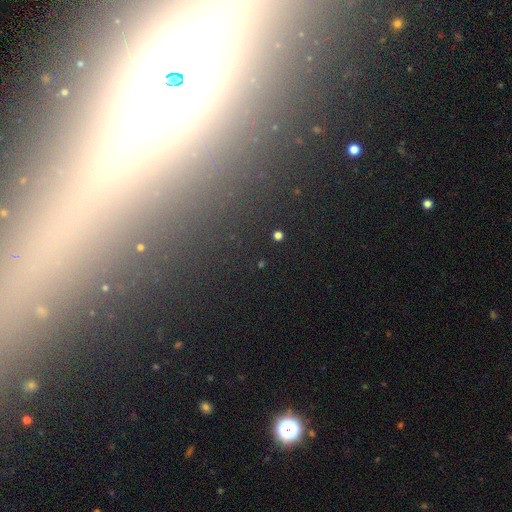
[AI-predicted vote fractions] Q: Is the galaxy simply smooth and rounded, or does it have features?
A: featured or disk — 55%.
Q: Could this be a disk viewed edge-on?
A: yes — 80%.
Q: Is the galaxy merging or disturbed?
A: none — 87%.